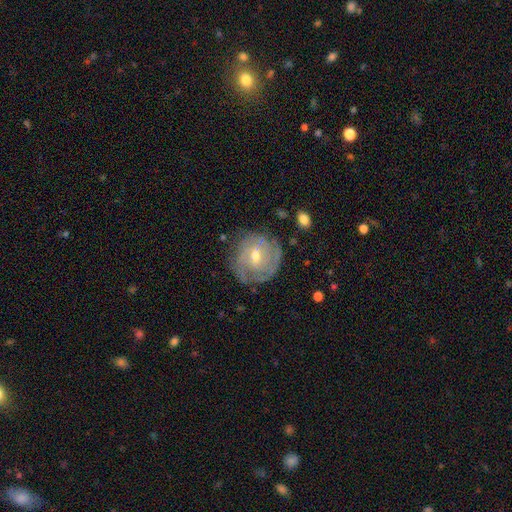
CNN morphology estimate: This is likely a featured or disk galaxy (76%). It is clearly not viewed edge-on (96%). Bar: possibly weak (53%). Spiral arm pattern: clearly yes (86%). Spiral arm count: marginally can't tell (42%). Spiral winding: likely tight (68%). Central bulge: likely moderate (60%). Merging: likely none (73%).